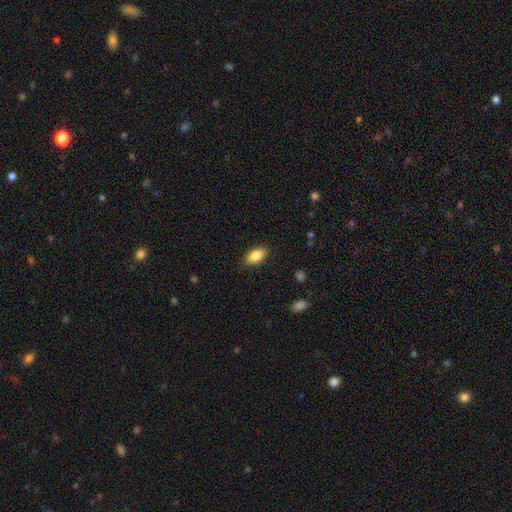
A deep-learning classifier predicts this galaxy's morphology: This is clearly a smooth galaxy (86%). How rounded: clearly in between (92%). Merging: clearly none (87%).